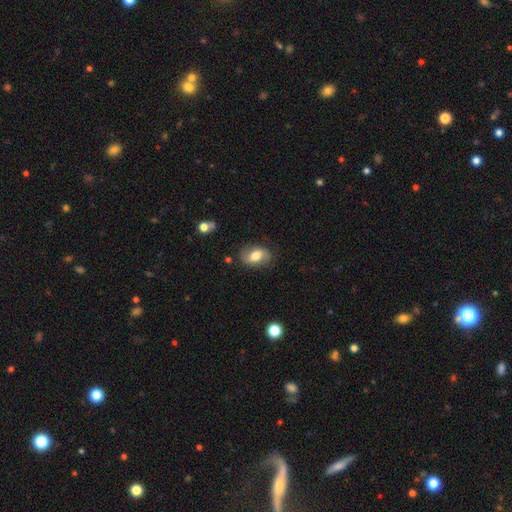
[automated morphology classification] Smooth or featured?
  - smooth: 65% *
  - featured or disk: 27%
  - star or artifact: 8%
How rounded?
  - in between: 84% *
  - round: 14%
  - cigar-shaped: 2%
Merging?
  - none: 77% *
  - minor disturbance: 17%
  - major disturbance: 5%
  - merger: 2%